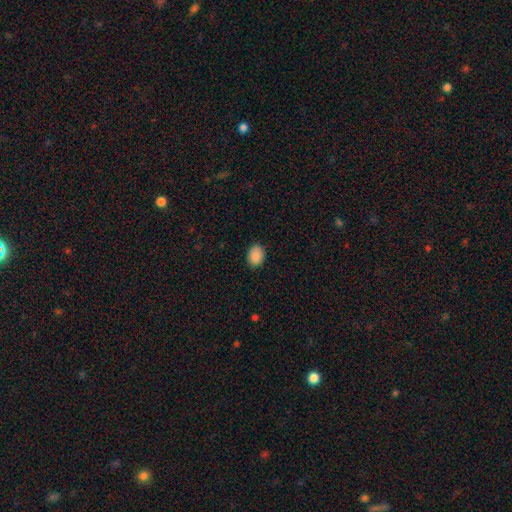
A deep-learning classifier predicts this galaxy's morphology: type=smooth (89%); roundness=in between (65%); merging=none (85%).